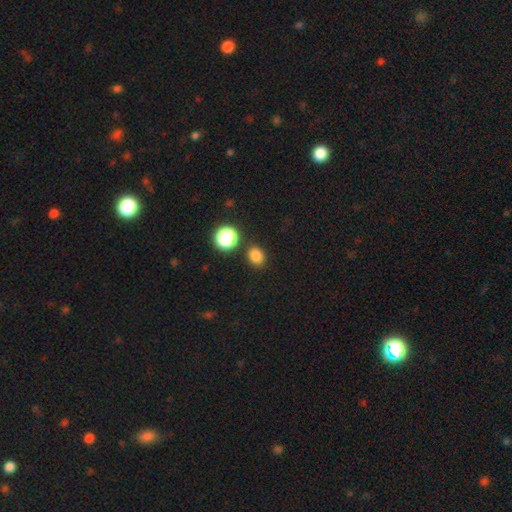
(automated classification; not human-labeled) Smooth or featured? smooth (82%)
How rounded? round (62%)
Merging? none (83%)